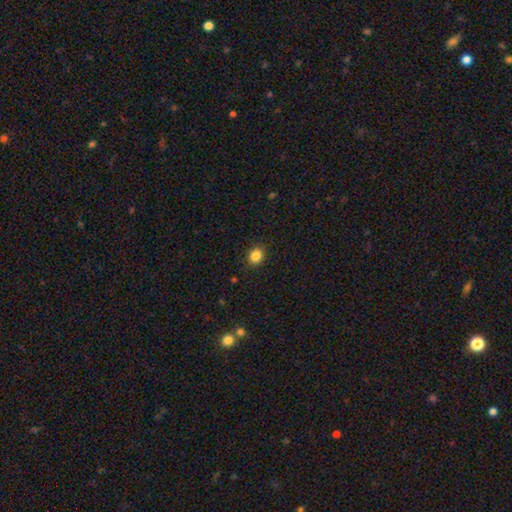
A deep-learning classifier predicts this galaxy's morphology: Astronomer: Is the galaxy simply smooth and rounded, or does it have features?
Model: smooth — 85%.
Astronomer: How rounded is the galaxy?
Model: round — 58% (runner-up: in between, 42%).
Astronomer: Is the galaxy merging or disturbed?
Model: none — 89%.